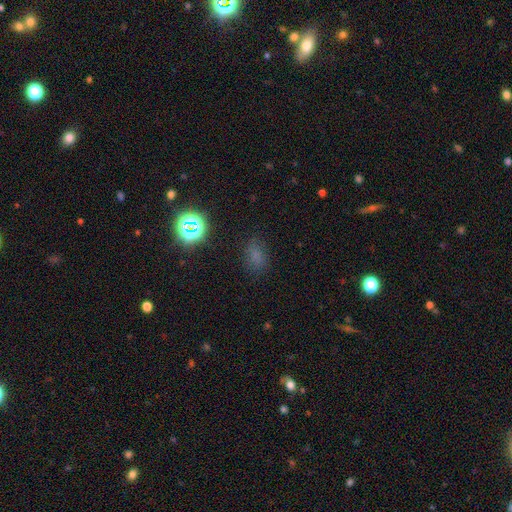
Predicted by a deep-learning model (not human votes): A smooth galaxy with no disk features (62%) that is in between round and cigar-shaped (72%). Merging: none (75%).